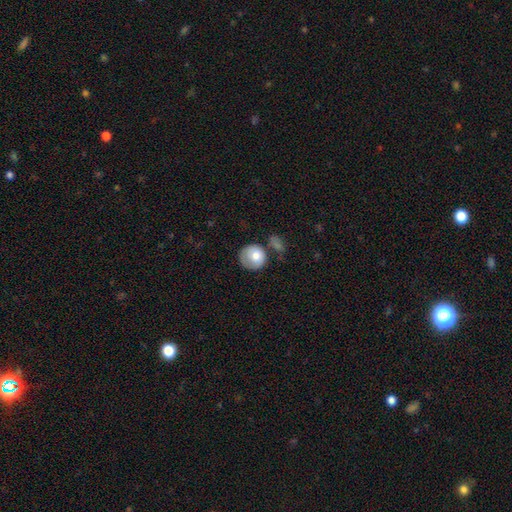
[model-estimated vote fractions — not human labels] Smooth or featured? Predicted: smooth (p=0.74). How rounded? Predicted: round (p=0.86). Merging? Predicted: none (p=0.52).